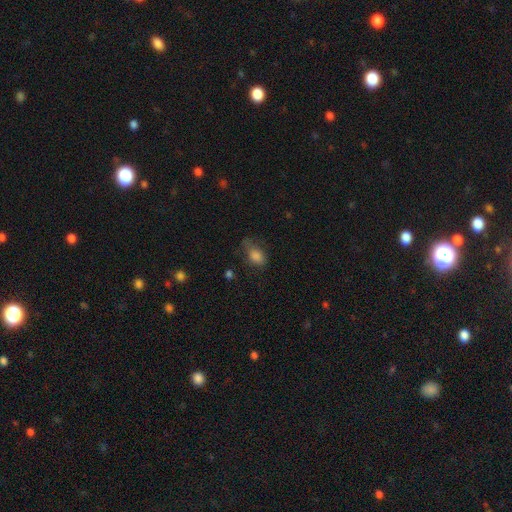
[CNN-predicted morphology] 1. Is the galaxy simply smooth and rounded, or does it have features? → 81% smooth, 10% star or artifact, 9% featured or disk.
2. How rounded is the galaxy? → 82% in between, 16% round, 2% cigar-shaped.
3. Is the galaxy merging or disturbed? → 49% none, 32% minor disturbance, 17% major disturbance, 2% merger.